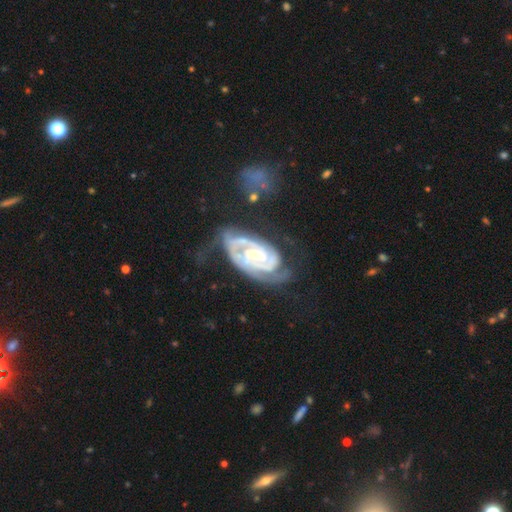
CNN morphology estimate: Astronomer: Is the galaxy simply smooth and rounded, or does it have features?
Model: featured or disk — 90%.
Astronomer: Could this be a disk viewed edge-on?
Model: no — 97%.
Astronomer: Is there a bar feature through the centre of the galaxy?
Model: weak — 42% (runner-up: no, 38%).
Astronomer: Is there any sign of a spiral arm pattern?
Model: yes — 97%.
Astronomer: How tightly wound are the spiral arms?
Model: tight — 69%.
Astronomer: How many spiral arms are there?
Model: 2 — 59%.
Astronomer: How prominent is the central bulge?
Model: small — 51% (runner-up: moderate, 40%).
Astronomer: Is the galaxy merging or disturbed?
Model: none — 52%.